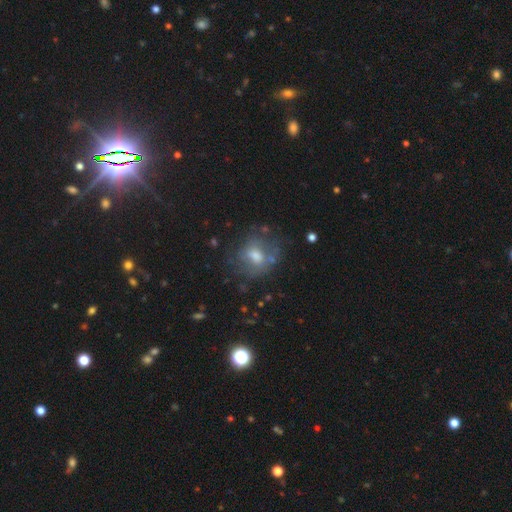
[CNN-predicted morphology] Overall: smooth (49%; featured or disk 35%). Merging: none (57%; minor disturbance 22%).